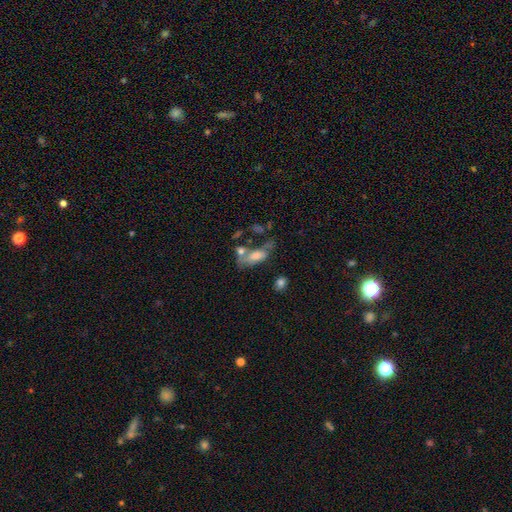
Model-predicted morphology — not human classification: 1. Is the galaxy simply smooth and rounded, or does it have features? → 58% smooth, 29% featured or disk, 13% star or artifact.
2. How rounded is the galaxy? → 77% in between, 18% cigar-shaped, 5% round.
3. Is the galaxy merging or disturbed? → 32% merger, 29% none, 21% major disturbance, 18% minor disturbance.